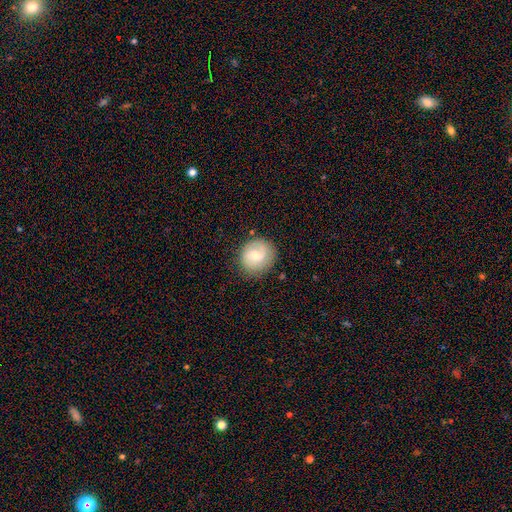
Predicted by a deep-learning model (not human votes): Smooth or featured: featured or disk — 51% (smooth — 42%)
Edge-on disk: no — 98% (yes — 2%)
Merging: none — 81% (minor disturbance — 13%)